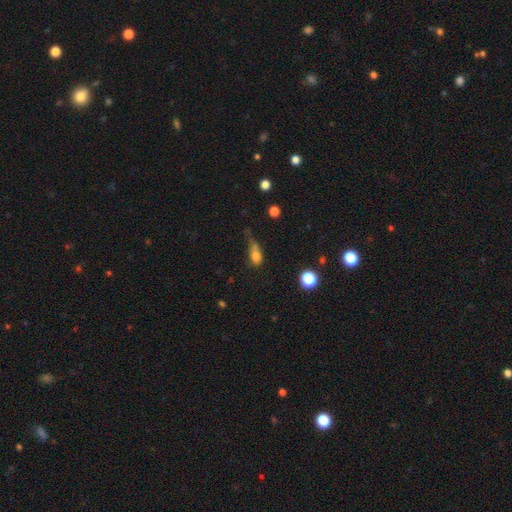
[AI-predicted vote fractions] A smooth galaxy with no disk features (72%) that is in between round and cigar-shaped (67%).

Vote fractions:
- Smooth or featured? smooth: 72% / featured or disk: 14% / star or artifact: 14%
- How rounded? in between: 67% / round: 21% / cigar-shaped: 12%
- Merging? major disturbance: 29% / none: 28% / minor disturbance: 26% / merger: 17%